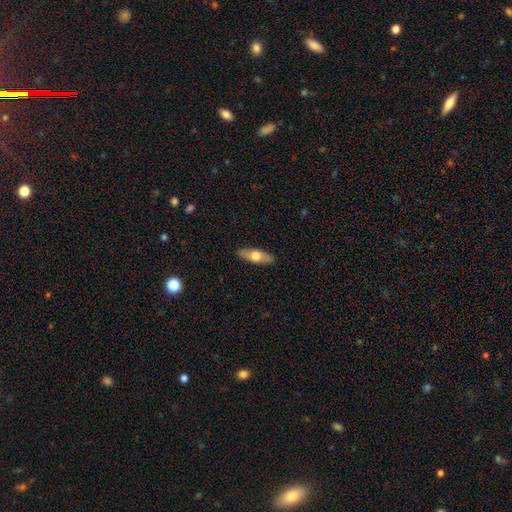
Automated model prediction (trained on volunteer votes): A smooth galaxy with no disk features (54%) that is in between round and cigar-shaped (56%).

Vote fractions:
- Smooth or featured? smooth: 54% / featured or disk: 40% / star or artifact: 6%
- How rounded? in between: 56% / cigar-shaped: 41% / round: 3%
- Merging? none: 89% / minor disturbance: 8% / major disturbance: 2% / merger: 1%